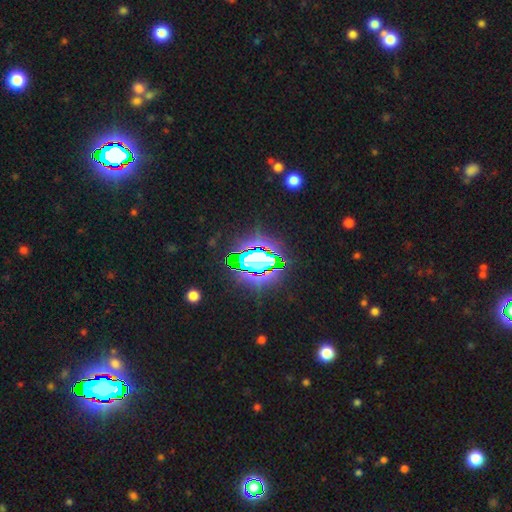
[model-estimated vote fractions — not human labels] Smooth or featured: star or artifact — 84% (smooth — 9%)